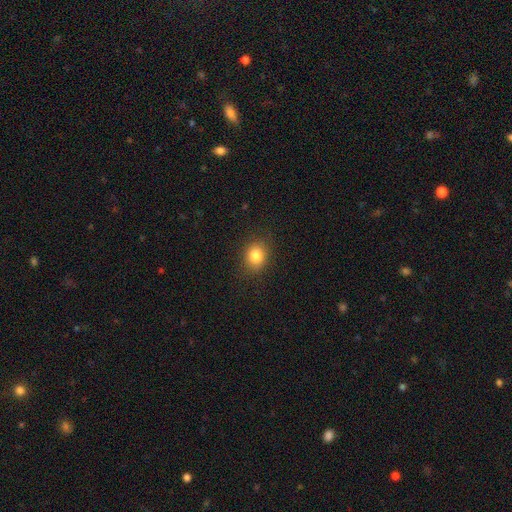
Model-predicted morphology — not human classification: Overall: smooth (83%). How rounded: round (60%; in between 39%). Merging: none (86%).